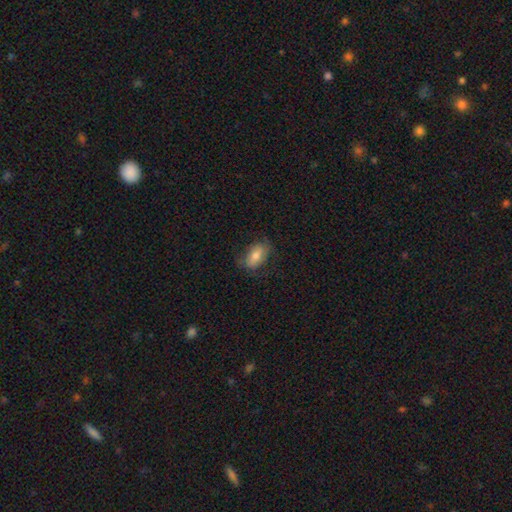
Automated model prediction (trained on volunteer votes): Q: Smooth or featured?
A: smooth (73%); runner-up: featured or disk (19%)
Q: How rounded?
A: in between (90%); runner-up: round (7%)
Q: Merging?
A: none (71%); runner-up: minor disturbance (20%)